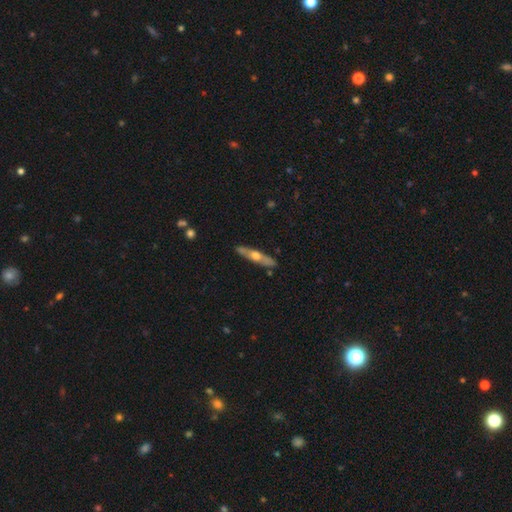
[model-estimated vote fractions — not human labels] Smooth or featured: featured or disk — 59% (smooth — 35%)
Edge-on disk: yes — 85% (no — 15%)
Edge-on bulge: rounded — 91% (none — 7%)
Merging: none — 87% (minor disturbance — 9%)